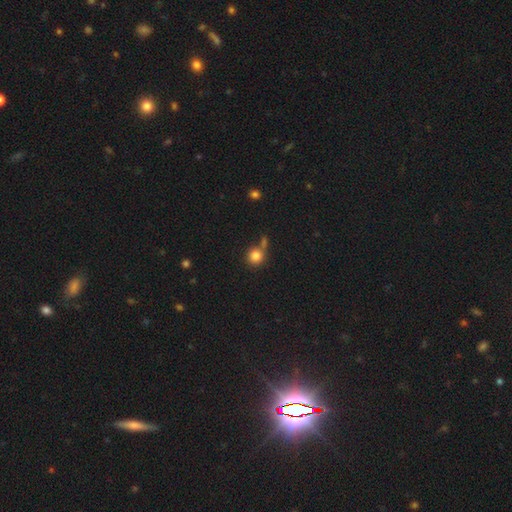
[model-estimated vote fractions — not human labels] Morphology: type=smooth (83%); roundness=round (90%); merging=none (62%).